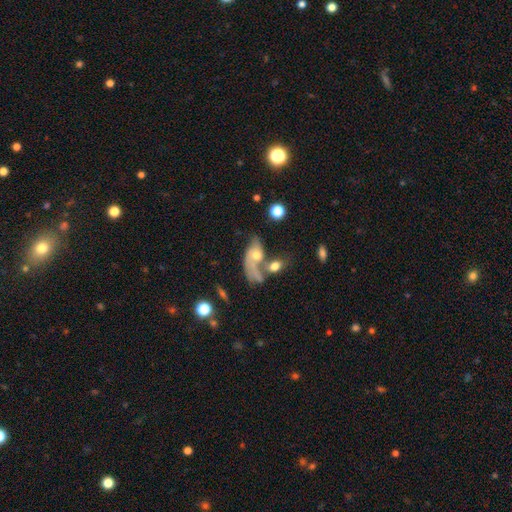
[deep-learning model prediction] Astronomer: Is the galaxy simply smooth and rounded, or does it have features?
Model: featured or disk — 53% (runner-up: smooth, 36%).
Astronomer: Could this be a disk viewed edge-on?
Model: no — 88%.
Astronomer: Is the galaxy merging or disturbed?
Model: merger — 40% (runner-up: none, 24%).